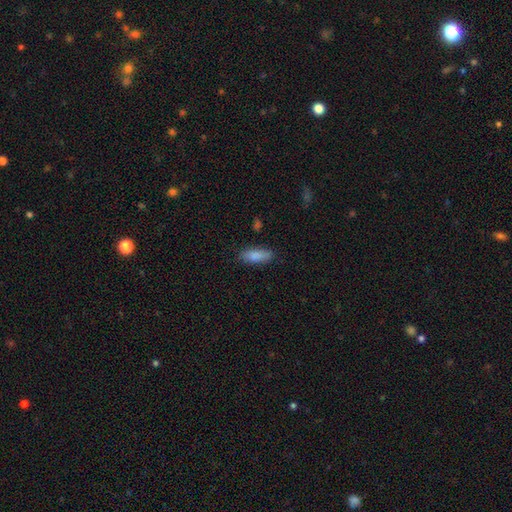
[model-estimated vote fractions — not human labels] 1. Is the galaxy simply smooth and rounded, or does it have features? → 86% smooth, 8% featured or disk, 7% star or artifact.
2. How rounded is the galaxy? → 67% in between, 31% cigar-shaped, 2% round.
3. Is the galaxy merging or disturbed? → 83% none, 13% minor disturbance, 3% major disturbance, 2% merger.